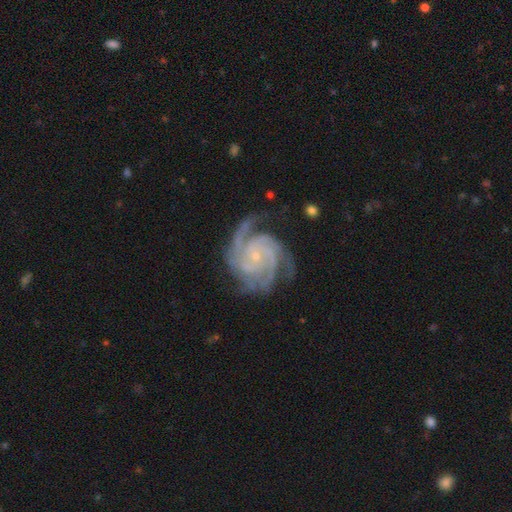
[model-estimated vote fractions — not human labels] This is clearly a featured or disk galaxy (93%). It is clearly not viewed edge-on (98%). Bar: likely no (72%). Spiral arm pattern: clearly yes (99%). Spiral arm count: possibly 3 (46%). Spiral winding: likely tight (61%). Central bulge: clearly small (84%). Merging: likely none (72%).